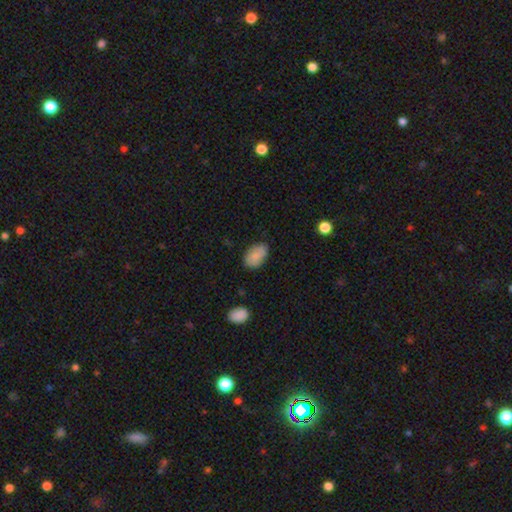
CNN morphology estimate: Smooth or featured? Predicted: smooth (p=0.87). How rounded? Predicted: in between (p=0.92). Merging? Predicted: none (p=0.78).